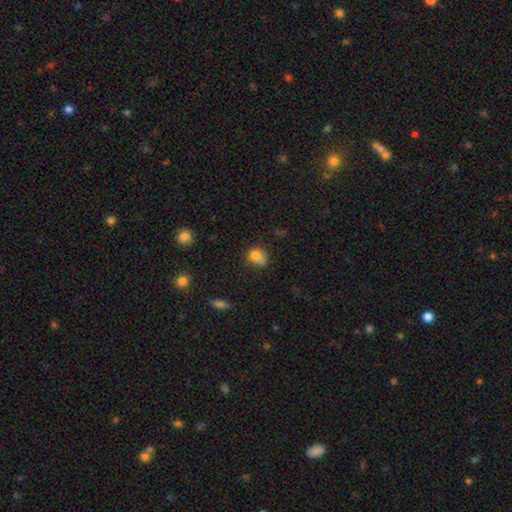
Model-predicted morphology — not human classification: A smooth galaxy with no disk features (77%) that is round (59%). Merging: none (42%).